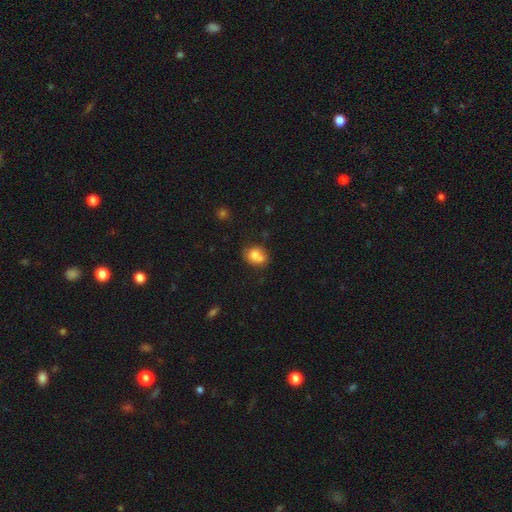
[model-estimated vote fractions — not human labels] smooth-or-featured: smooth: 77% | featured or disk: 13% | star or artifact: 10%
  how-rounded: round: 53% | in between: 46% | cigar-shaped: 1%
  merging: none: 45% | merger: 29% | minor disturbance: 19% | major disturbance: 6%